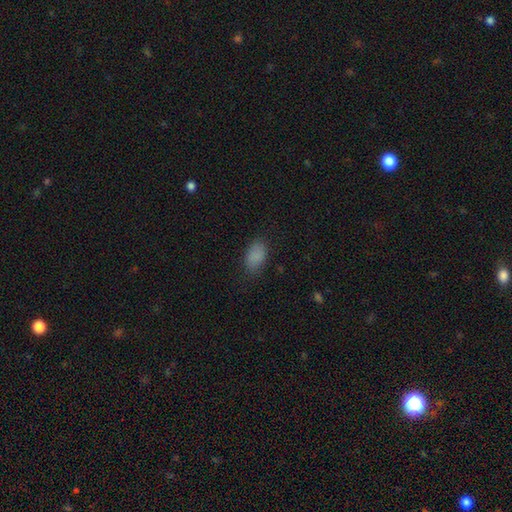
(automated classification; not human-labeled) Smooth or featured?
  - smooth: 86% *
  - star or artifact: 10%
  - featured or disk: 4%
How rounded?
  - in between: 91% *
  - round: 7%
  - cigar-shaped: 2%
Merging?
  - none: 79% *
  - minor disturbance: 15%
  - major disturbance: 5%
  - merger: 1%